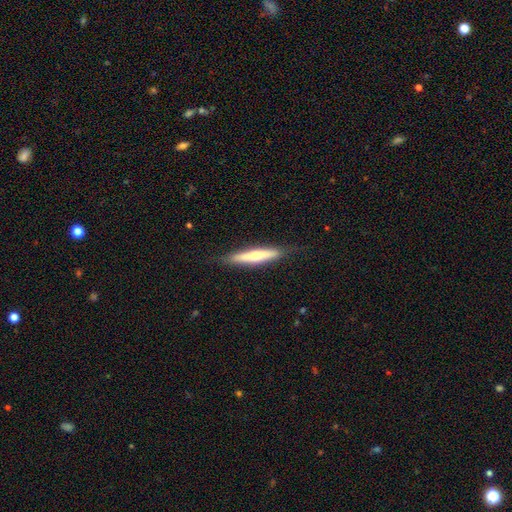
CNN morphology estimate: type=smooth (51%); roundness=cigar-shaped (90%); merging=none (83%).